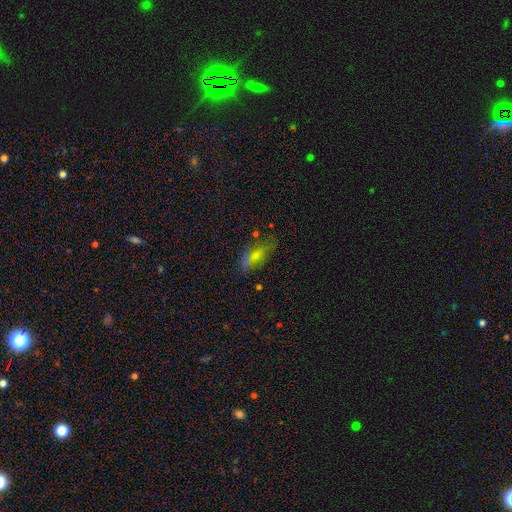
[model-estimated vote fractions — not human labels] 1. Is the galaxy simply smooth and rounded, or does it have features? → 47% smooth, 27% featured or disk, 26% star or artifact.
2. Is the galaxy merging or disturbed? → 64% none, 20% minor disturbance, 9% major disturbance, 6% merger.